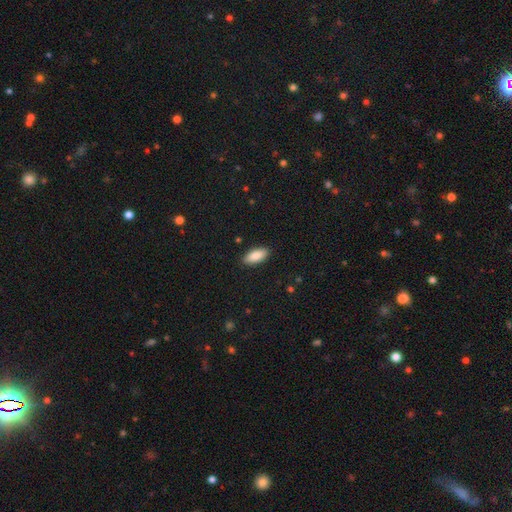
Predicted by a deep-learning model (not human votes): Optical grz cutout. It shows a smooth galaxy with no disk features (88%) that is in between round and cigar-shaped (87%). Merging: none (89%).